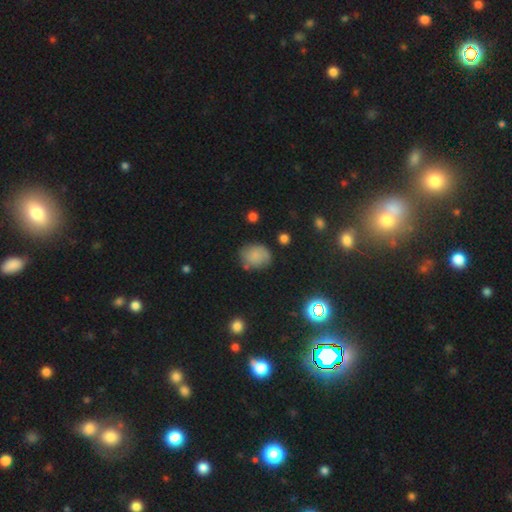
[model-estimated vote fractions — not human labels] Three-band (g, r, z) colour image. It shows a smooth galaxy with no disk features (69%) that is round (51%). Merging: none (69%).